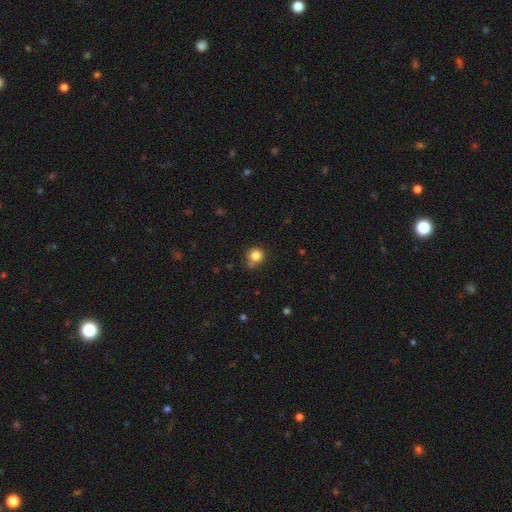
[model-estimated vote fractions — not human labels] Smooth or featured: smooth — 83% (star or artifact — 11%)
How rounded: round — 85% (in between — 14%)
Merging: none — 65% (minor disturbance — 21%)